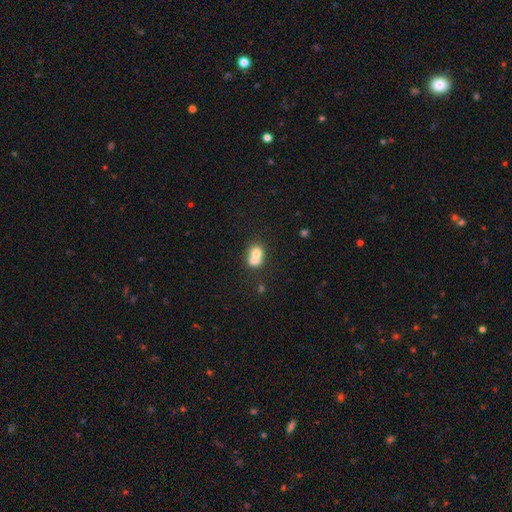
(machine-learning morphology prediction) Smooth or featured? smooth (68%)
How rounded? round (53%)
Merging? merger (63%)